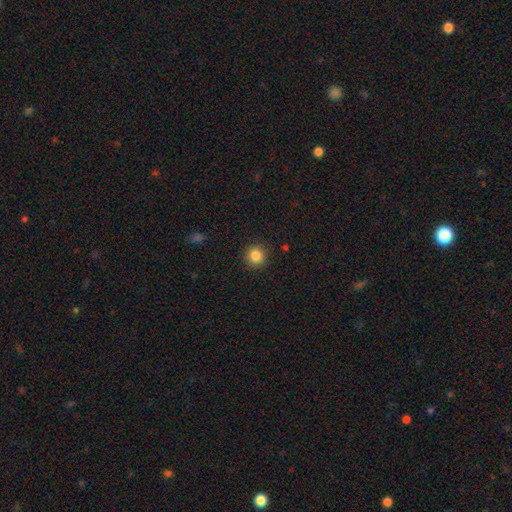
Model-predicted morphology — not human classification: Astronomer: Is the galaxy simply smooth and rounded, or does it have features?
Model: smooth — 85%.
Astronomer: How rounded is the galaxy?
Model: round — 92%.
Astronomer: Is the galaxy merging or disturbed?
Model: none — 91%.